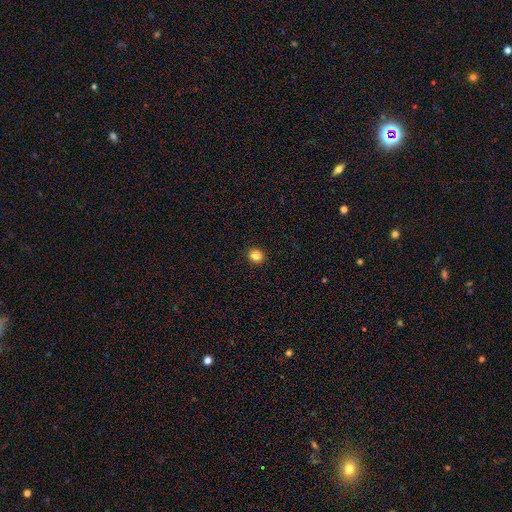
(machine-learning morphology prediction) smooth 86%, star or artifact 11%, featured or disk 3%. Down the decision tree: how rounded — round (84%); merging — none (92%).